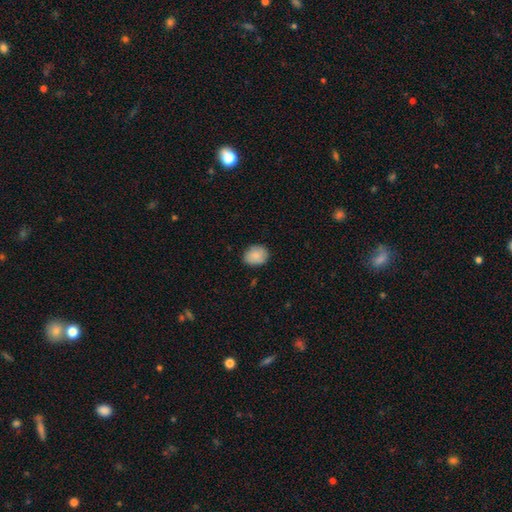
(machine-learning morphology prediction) Smooth or featured? Predicted: smooth (p=0.86). How rounded? Predicted: round (p=0.54). Merging? Predicted: none (p=0.83).